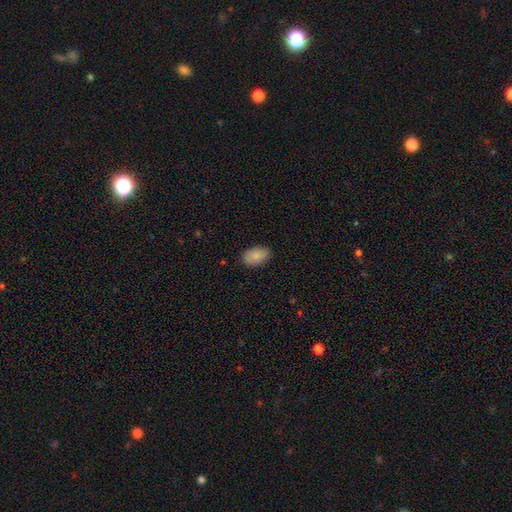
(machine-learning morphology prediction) smooth 87%, star or artifact 7%, featured or disk 6%. Down the decision tree: how rounded — in between (91%); merging — none (85%).